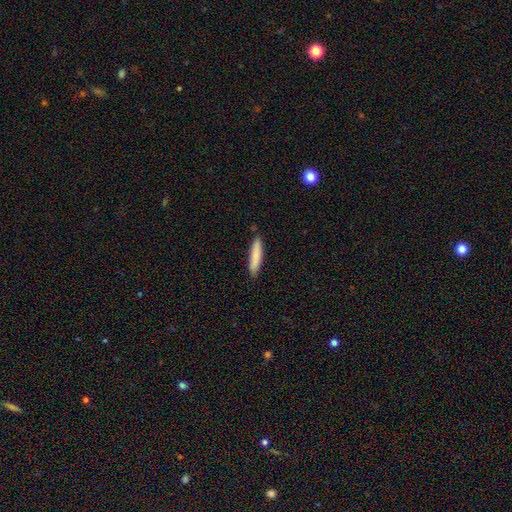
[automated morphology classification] Q: Smooth or featured?
A: smooth (83%); runner-up: featured or disk (11%)
Q: How rounded?
A: cigar-shaped (88%); runner-up: in between (11%)
Q: Merging?
A: none (87%); runner-up: minor disturbance (10%)